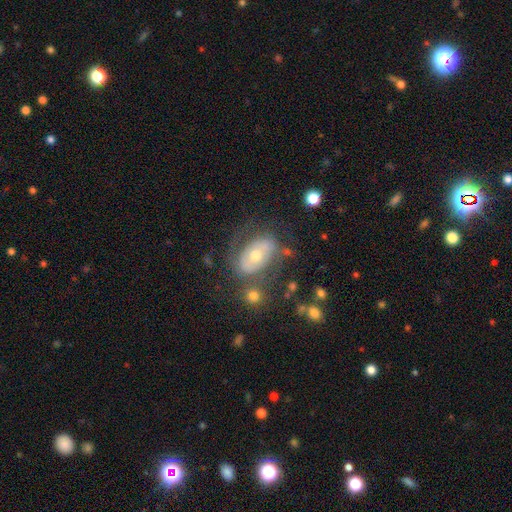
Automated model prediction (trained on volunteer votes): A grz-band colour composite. It shows a featured or disk galaxy (55%) with no bar (69%), no spiral arms (59%) and a moderate central bulge (69%). Merging: none (59%).